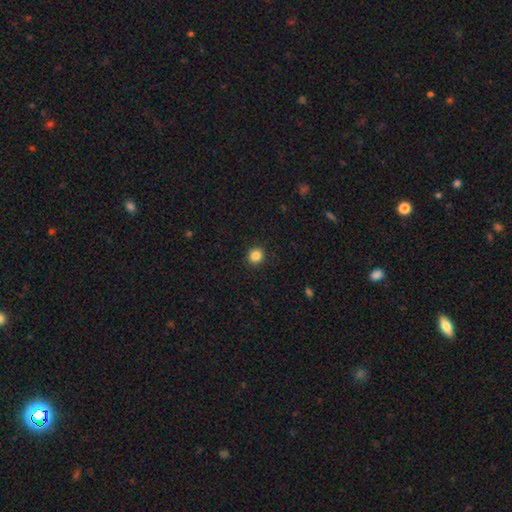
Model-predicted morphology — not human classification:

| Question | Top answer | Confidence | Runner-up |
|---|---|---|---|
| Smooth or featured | smooth | 85% | star or artifact (11%) |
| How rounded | round | 86% | in between (13%) |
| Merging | none | 92% | minor disturbance (5%) |